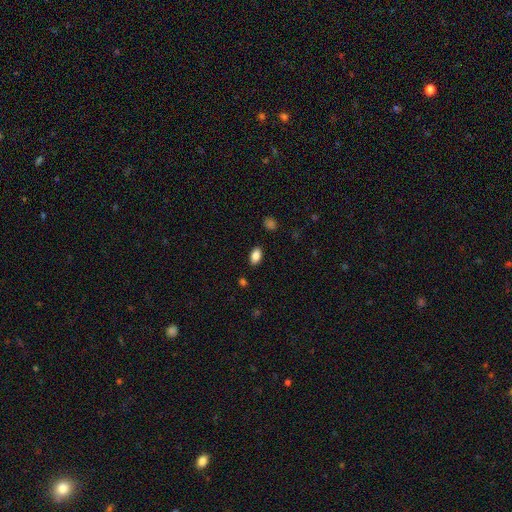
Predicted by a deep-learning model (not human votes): Morphology: type=smooth (85%); roundness=in between (91%); merging=none (88%).